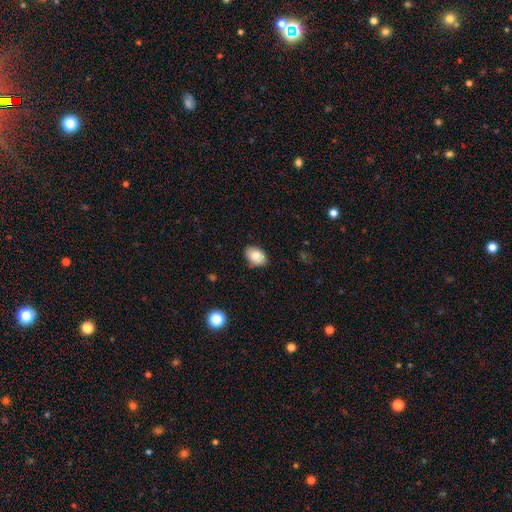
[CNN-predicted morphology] Overall: smooth (82%). How rounded: in between (80%). Merging: none (84%).